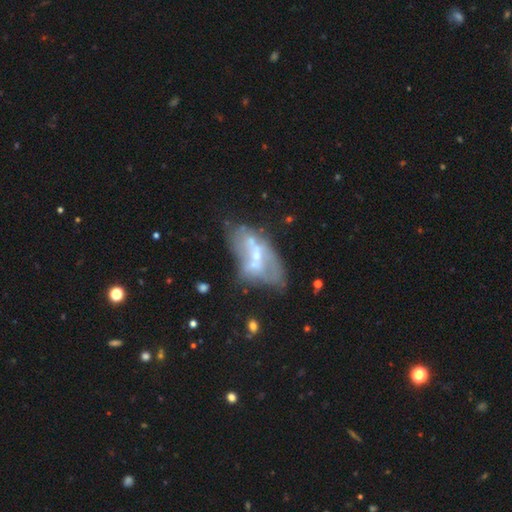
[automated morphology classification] type=featured or disk (64%); edge-on=no (91%); bar=no (61%); spiral arms=no (73%); bulge=small (49%); merging=merger (40%).